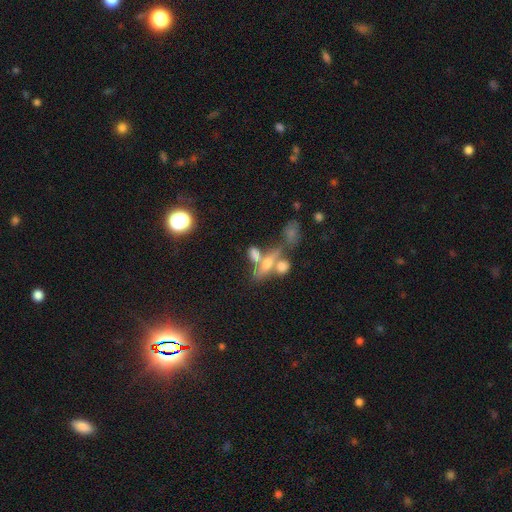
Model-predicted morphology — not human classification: A smooth galaxy with no disk features (52%) that is in between round and cigar-shaped (60%).

Vote fractions:
- Smooth or featured? smooth: 52% / featured or disk: 34% / star or artifact: 14%
- How rounded? in between: 60% / cigar-shaped: 31% / round: 9%
- Merging? merger: 50% / none: 29% / minor disturbance: 11% / major disturbance: 10%